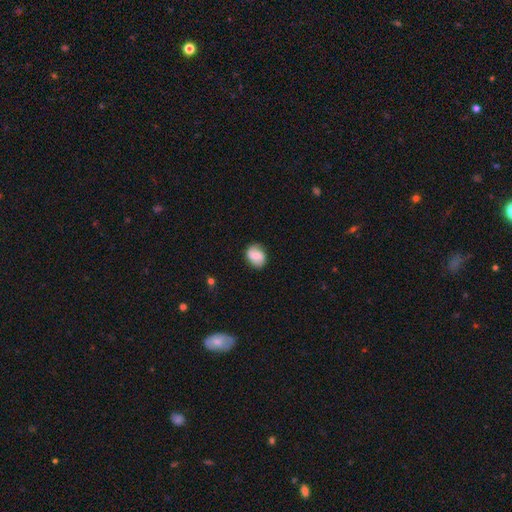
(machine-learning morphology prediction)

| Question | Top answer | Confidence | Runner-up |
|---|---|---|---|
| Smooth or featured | smooth | 51% | featured or disk (41%) |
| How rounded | in between | 55% | round (44%) |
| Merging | none | 73% | minor disturbance (20%) |